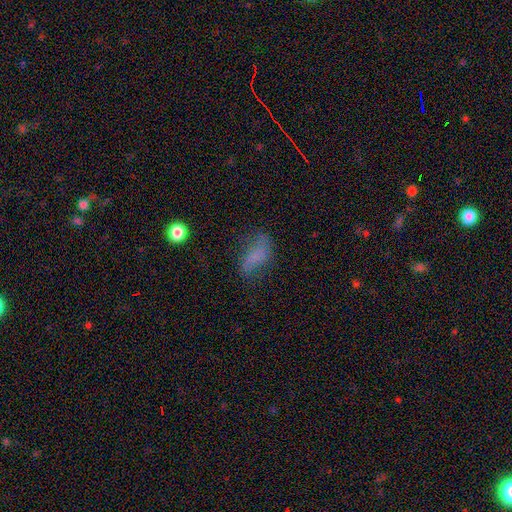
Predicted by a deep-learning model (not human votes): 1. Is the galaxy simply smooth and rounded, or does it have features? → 57% smooth, 29% featured or disk, 14% star or artifact.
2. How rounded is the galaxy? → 82% in between, 11% cigar-shaped, 6% round.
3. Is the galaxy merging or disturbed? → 49% none, 27% minor disturbance, 21% major disturbance, 3% merger.